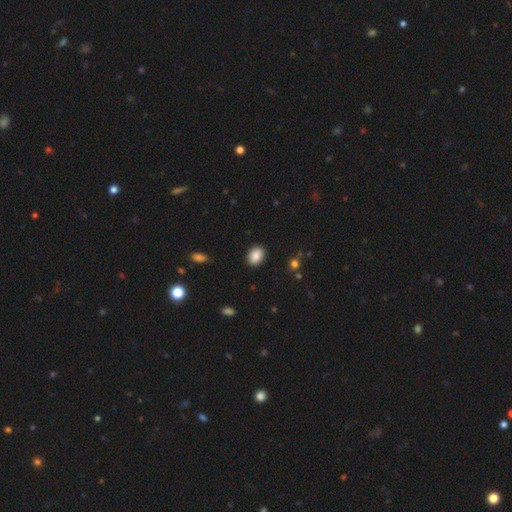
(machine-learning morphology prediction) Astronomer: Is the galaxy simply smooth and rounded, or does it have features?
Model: smooth — 88%.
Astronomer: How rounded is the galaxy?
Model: in between — 72%.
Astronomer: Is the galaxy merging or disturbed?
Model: none — 89%.